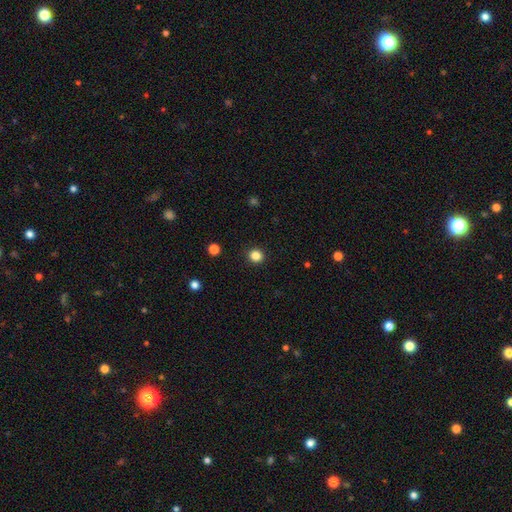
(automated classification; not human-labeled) The model was most divided on "smooth or featured": smooth: 84%, star or artifact: 12%, featured or disk: 3%. More confident: merging — none (92%); how rounded — round (89%).